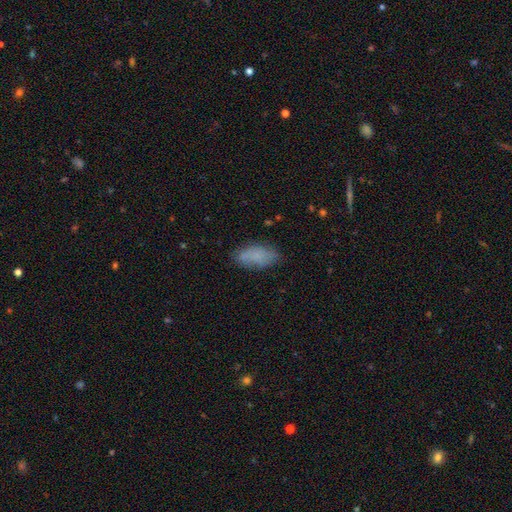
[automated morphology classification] Smooth or featured? smooth (75%)
How rounded? in between (90%)
Merging? none (71%)